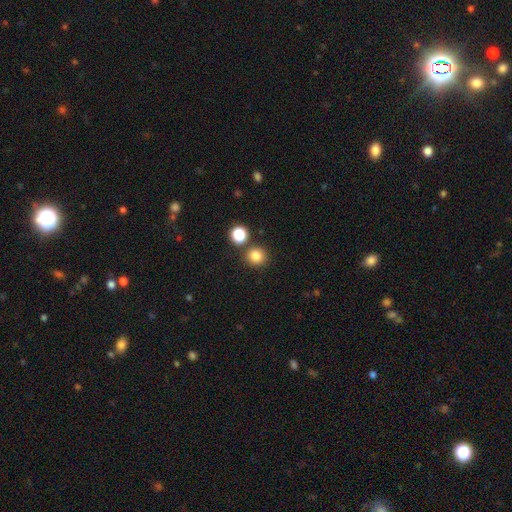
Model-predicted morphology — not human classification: Smooth or featured? Predicted: smooth (p=0.82). How rounded? Predicted: round (p=0.91). Merging? Predicted: none (p=0.81).